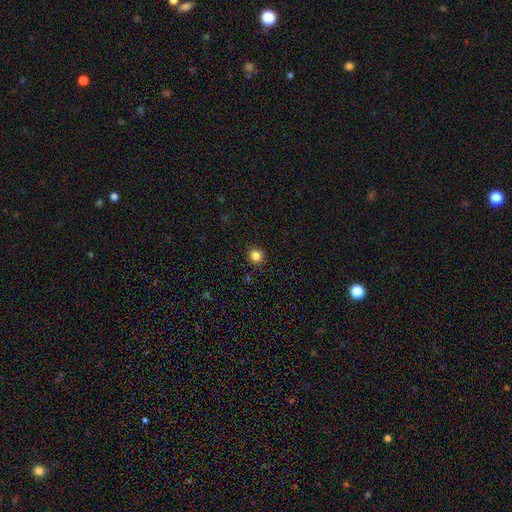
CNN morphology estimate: Overall: smooth (84%). How rounded: round (92%). Merging: none (91%).